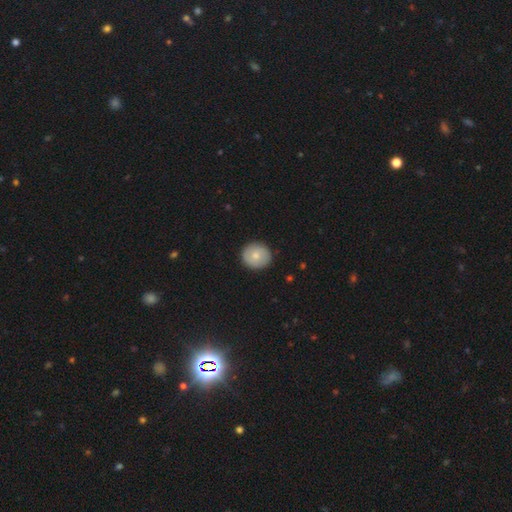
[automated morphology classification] smooth_or_featured: smooth (p=0.72) [alt: featured or disk p=0.22]
how_rounded: round (p=0.88) [alt: in between p=0.11]
merging: none (p=0.90) [alt: minor disturbance p=0.07]